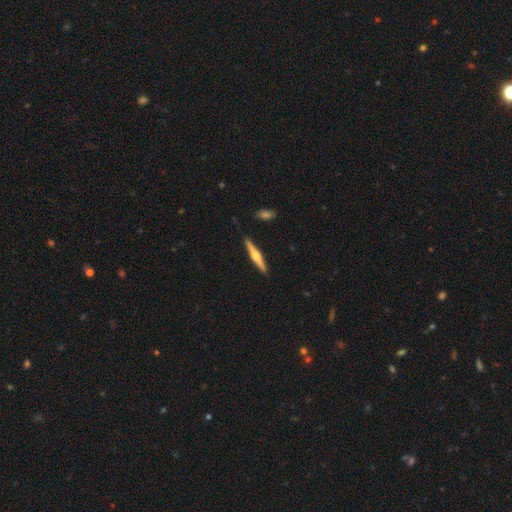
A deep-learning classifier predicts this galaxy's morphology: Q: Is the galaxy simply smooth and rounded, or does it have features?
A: featured or disk — 67%.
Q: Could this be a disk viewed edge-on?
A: yes — 98%.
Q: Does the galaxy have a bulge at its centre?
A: rounded — 90%.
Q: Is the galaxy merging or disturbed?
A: none — 90%.